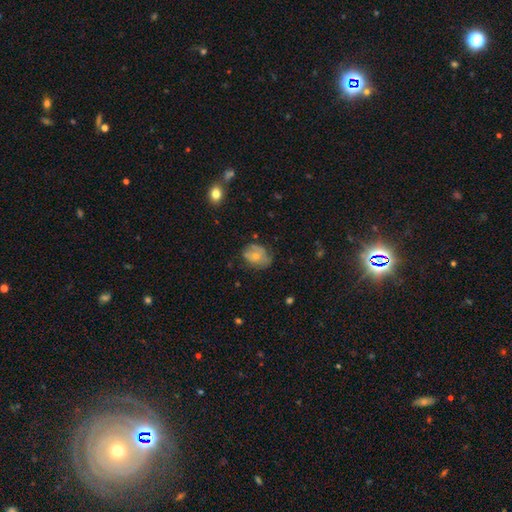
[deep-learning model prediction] A smooth galaxy with no disk features (60%) that is in between round and cigar-shaped (56%).

Vote fractions:
- Smooth or featured? smooth: 60% / featured or disk: 31% / star or artifact: 9%
- How rounded? in between: 56% / round: 43% / cigar-shaped: 1%
- Merging? none: 54% / minor disturbance: 32% / major disturbance: 12% / merger: 2%